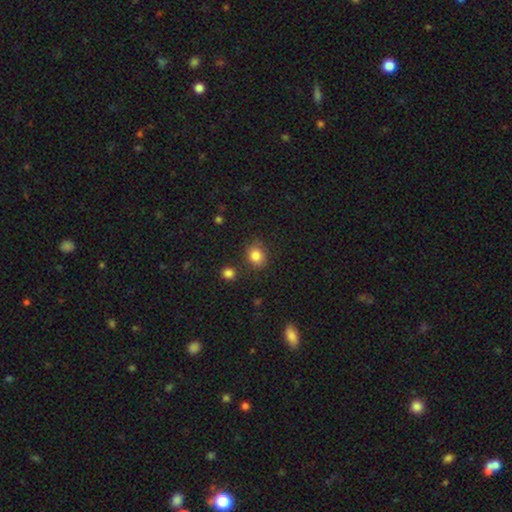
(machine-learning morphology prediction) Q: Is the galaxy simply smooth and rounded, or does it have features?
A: smooth — 84%.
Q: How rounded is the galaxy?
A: round — 61%.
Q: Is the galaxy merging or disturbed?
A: none — 78%.